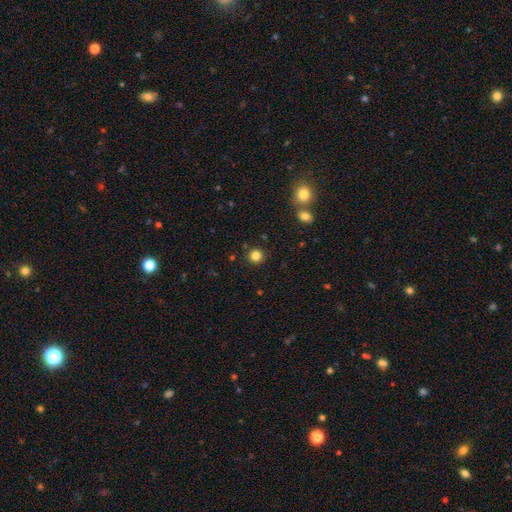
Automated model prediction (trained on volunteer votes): Q: Smooth or featured?
A: smooth (82%); runner-up: star or artifact (13%)
Q: How rounded?
A: round (93%); runner-up: in between (6%)
Q: Merging?
A: none (90%); runner-up: minor disturbance (6%)